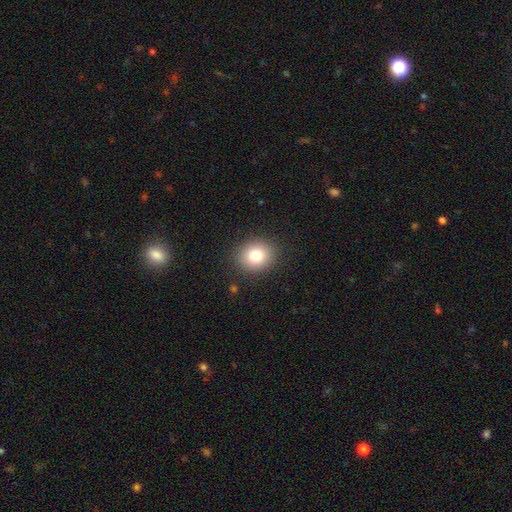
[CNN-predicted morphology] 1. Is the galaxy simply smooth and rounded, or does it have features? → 81% smooth, 11% star or artifact, 9% featured or disk.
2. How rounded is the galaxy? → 71% round, 28% in between, 1% cigar-shaped.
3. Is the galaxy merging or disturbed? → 88% none, 8% minor disturbance, 3% major disturbance, 1% merger.